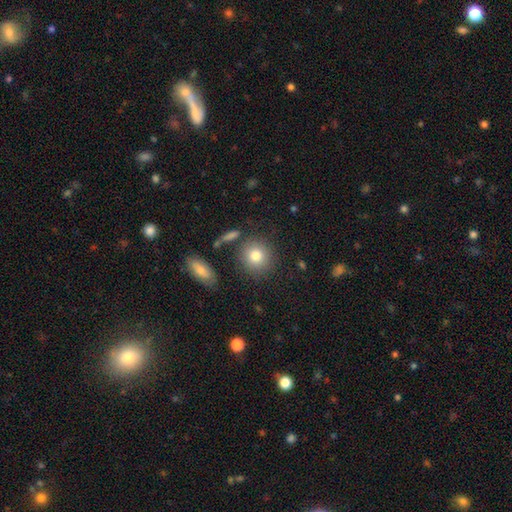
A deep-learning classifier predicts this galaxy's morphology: smooth 80%, featured or disk 10%, star or artifact 10%. Down the decision tree: how rounded — round (88%); merging — none (81%).